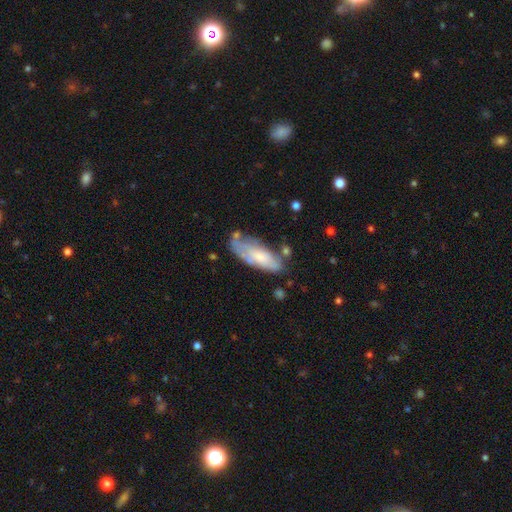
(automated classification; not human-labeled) Smooth or featured?
  - featured or disk: 46% *
  - smooth: 44%
  - star or artifact: 10%
Merging?
  - none: 54% *
  - minor disturbance: 27%
  - major disturbance: 14%
  - merger: 6%